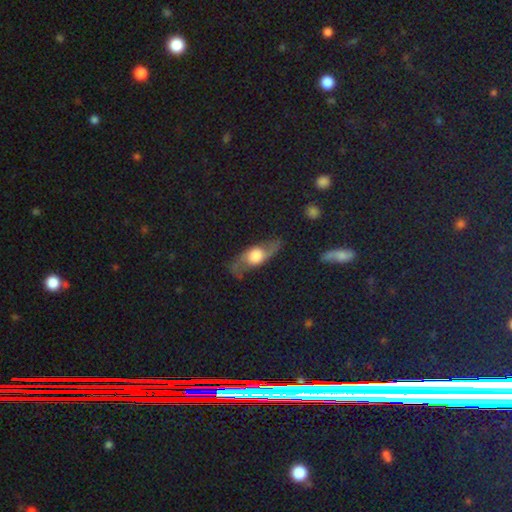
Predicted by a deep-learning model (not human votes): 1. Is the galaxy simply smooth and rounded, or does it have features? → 64% featured or disk, 28% smooth, 8% star or artifact.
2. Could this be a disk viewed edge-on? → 58% no, 42% yes.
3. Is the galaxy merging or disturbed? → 68% none, 19% minor disturbance, 10% major disturbance, 2% merger.